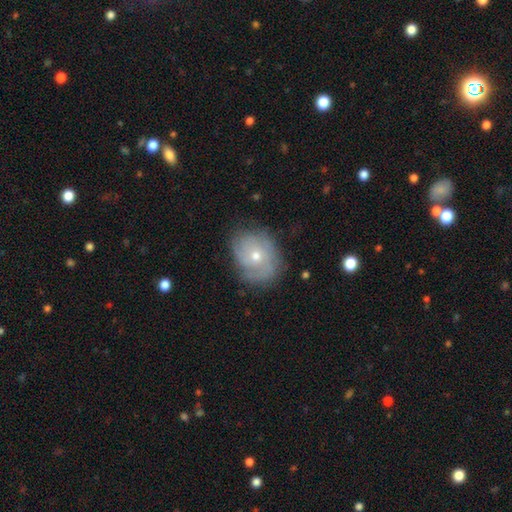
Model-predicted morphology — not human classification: smooth_or_featured: featured or disk (p=0.55) [alt: smooth p=0.36]
disk_edge_on: no (p=0.96) [alt: yes p=0.04]
bar: no (p=0.84) [alt: weak p=0.14]
has_spiral_arms: yes (p=0.73) [alt: no p=0.27]
bulge_size: moderate (p=0.50) [alt: small p=0.47]
merging: none (p=0.69) [alt: minor disturbance p=0.23]